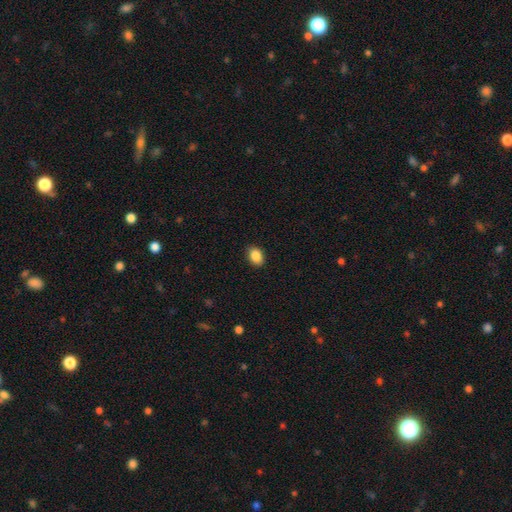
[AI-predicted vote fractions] Morphology: type=smooth (88%); roundness=in between (75%); merging=none (89%).